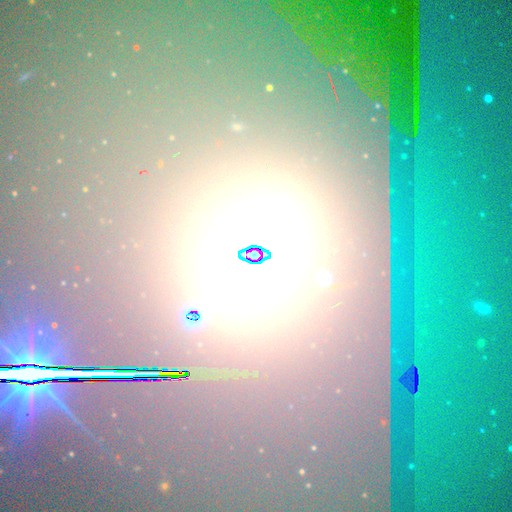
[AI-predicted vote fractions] A star or artifact, not a galaxy (43%).

Vote fractions:
- Smooth or featured? star or artifact: 43% / smooth: 31% / featured or disk: 25%